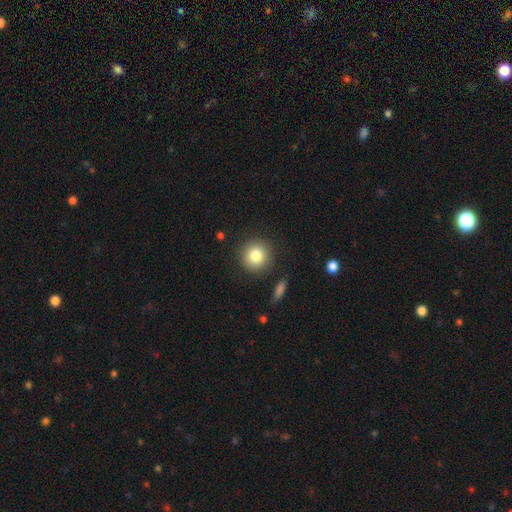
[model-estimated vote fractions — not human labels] This appears to be a smooth galaxy with no disk features (82%) that is round (92%). Merging: none (88%).